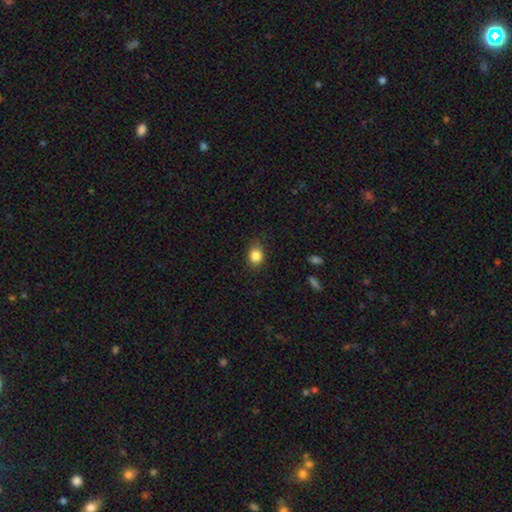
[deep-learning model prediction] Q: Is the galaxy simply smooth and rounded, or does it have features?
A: smooth — 85%.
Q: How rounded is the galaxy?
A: round — 53%.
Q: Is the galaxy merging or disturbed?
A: none — 80%.